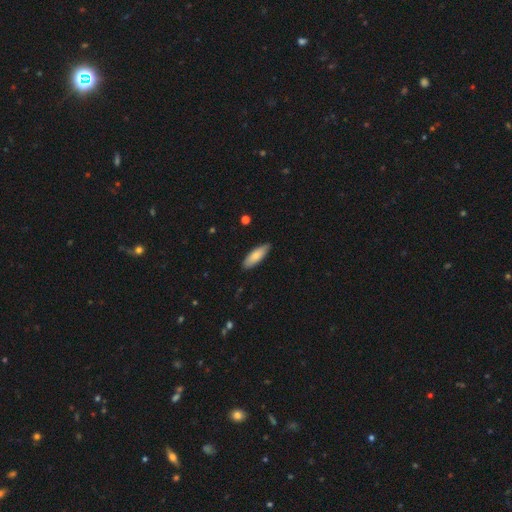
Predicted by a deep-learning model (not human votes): smooth_or_featured: smooth (p=0.78) [alt: featured or disk p=0.17]
how_rounded: in between (p=0.57) [alt: cigar-shaped p=0.41]
merging: none (p=0.86) [alt: minor disturbance p=0.11]